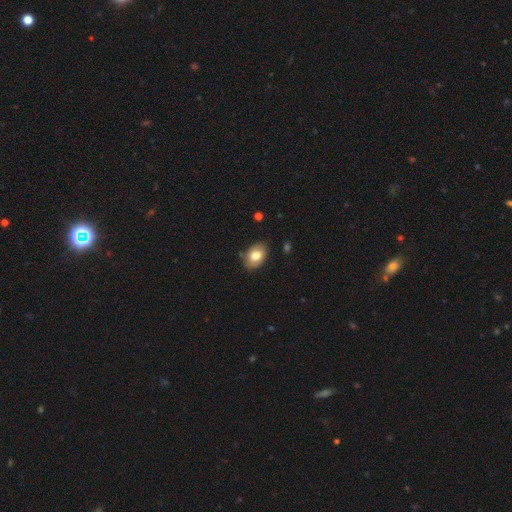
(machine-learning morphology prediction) Smooth or featured? smooth (80%)
How rounded? in between (81%)
Merging? none (81%)